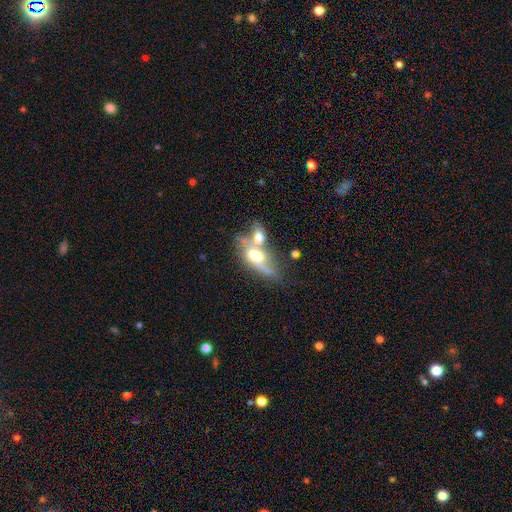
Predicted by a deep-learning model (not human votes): Overall: featured or disk (48%; smooth 43%). Merging: merger (65%).